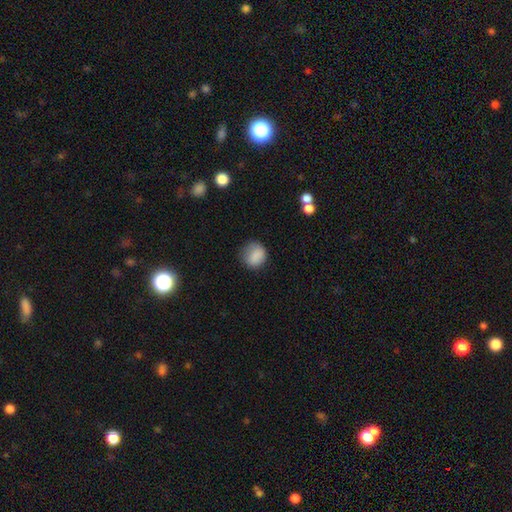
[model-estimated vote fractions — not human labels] Smooth or featured? smooth (85%)
How rounded? round (77%)
Merging? none (71%)